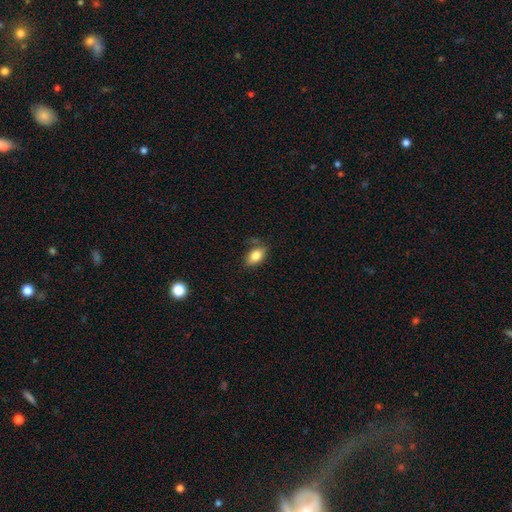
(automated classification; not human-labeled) Smooth or featured? smooth (82%)
How rounded? in between (87%)
Merging? none (69%)